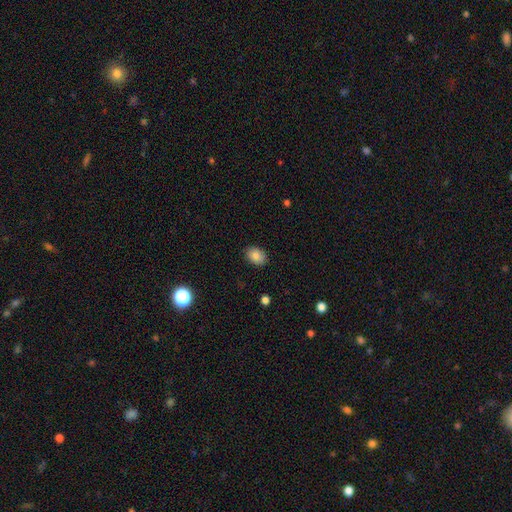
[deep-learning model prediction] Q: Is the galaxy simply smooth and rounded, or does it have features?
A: smooth — 84%.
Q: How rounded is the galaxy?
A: in between — 74%.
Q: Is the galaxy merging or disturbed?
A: none — 88%.